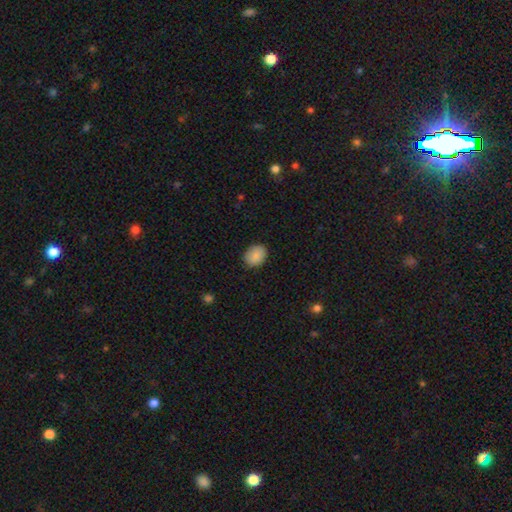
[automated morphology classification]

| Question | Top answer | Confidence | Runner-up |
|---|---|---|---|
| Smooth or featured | smooth | 89% | star or artifact (7%) |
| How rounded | in between | 59% | round (40%) |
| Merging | none | 87% | minor disturbance (10%) |